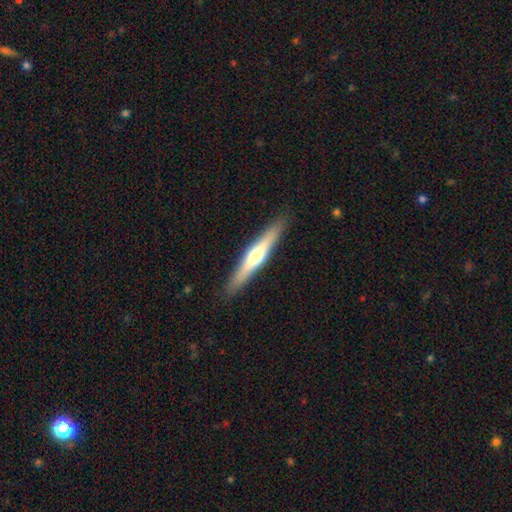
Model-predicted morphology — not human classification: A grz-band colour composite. It shows a featured or disk galaxy (57%) viewed edge-on (95%) with a rounded central bulge (86%). Merging: none (90%).